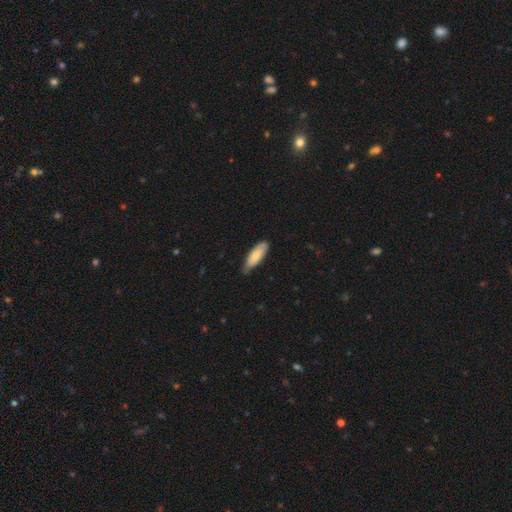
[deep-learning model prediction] The model was most divided on "how rounded": in between: 58%, cigar-shaped: 40%, round: 2%. More confident: smooth or featured — smooth (77%); merging — none (67%).